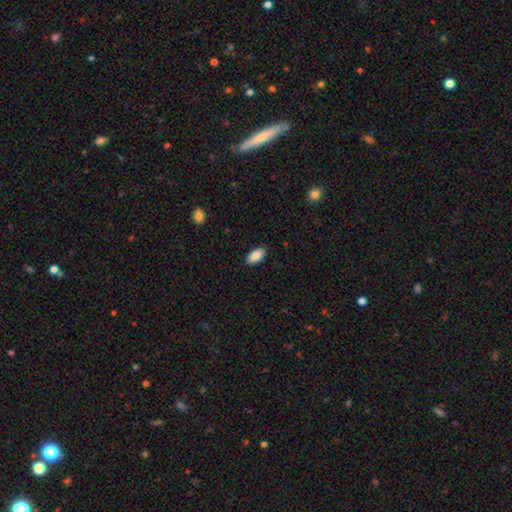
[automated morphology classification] Q: Smooth or featured?
A: smooth (88%); runner-up: star or artifact (7%)
Q: How rounded?
A: in between (94%); runner-up: cigar-shaped (4%)
Q: Merging?
A: none (87%); runner-up: minor disturbance (10%)